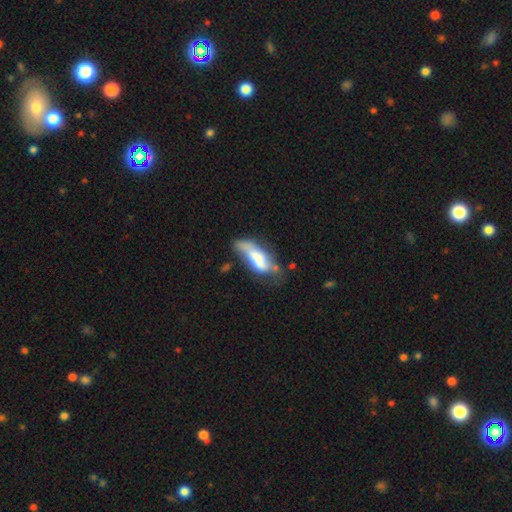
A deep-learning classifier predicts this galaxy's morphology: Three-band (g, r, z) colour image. It shows a smooth galaxy with no disk features (58%) that is in between round and cigar-shaped (67%). Merging: minor disturbance (30%).